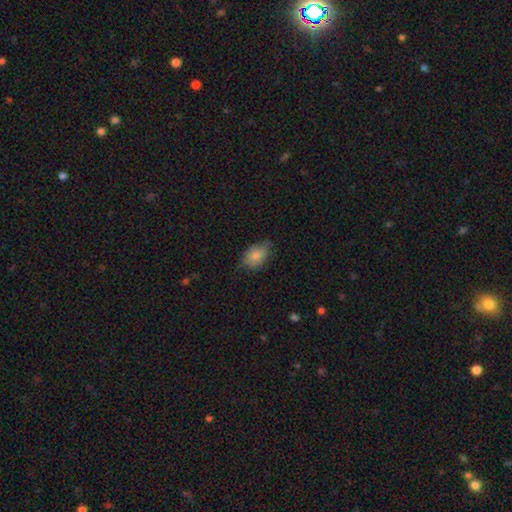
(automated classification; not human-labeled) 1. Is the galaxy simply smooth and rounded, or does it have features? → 80% smooth, 13% featured or disk, 7% star or artifact.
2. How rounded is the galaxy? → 83% in between, 15% round, 1% cigar-shaped.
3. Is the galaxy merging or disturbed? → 64% none, 29% minor disturbance, 6% major disturbance, 1% merger.